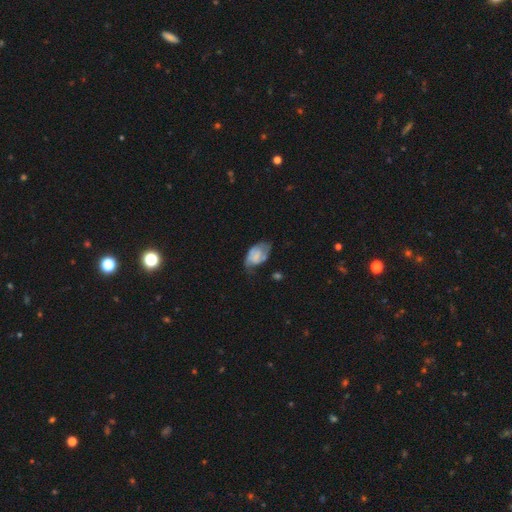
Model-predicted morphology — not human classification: smooth-or-featured: featured or disk: 50% | smooth: 42% | star or artifact: 8%
  merging: none: 40% | minor disturbance: 35% | major disturbance: 22% | merger: 3%